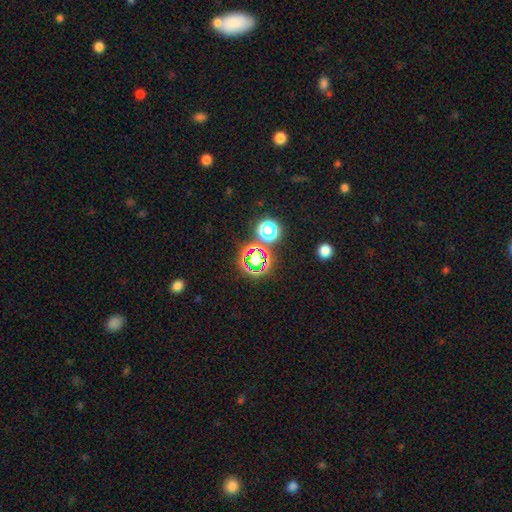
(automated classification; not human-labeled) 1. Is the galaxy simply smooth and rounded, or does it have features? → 60% star or artifact, 29% smooth, 11% featured or disk.